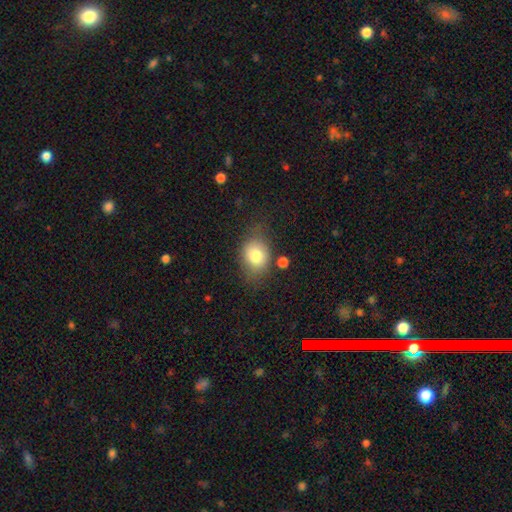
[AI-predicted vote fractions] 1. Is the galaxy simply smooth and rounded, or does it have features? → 79% smooth, 12% featured or disk, 9% star or artifact.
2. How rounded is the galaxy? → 55% in between, 44% round, 1% cigar-shaped.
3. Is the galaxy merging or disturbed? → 63% none, 22% minor disturbance, 9% major disturbance, 6% merger.